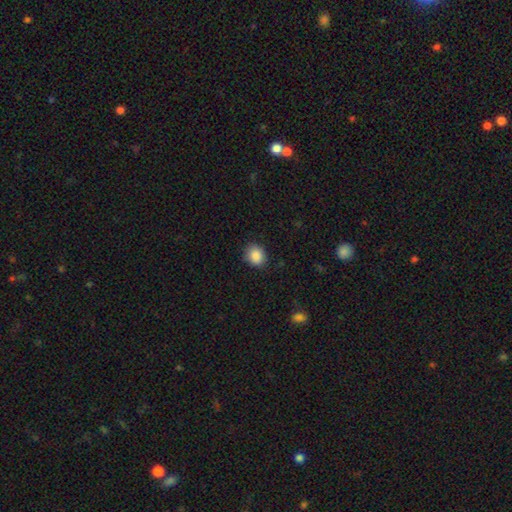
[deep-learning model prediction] smooth_or_featured: smooth (p=0.88) [alt: star or artifact p=0.09]
how_rounded: round (p=0.68) [alt: in between p=0.31]
merging: none (p=0.83) [alt: minor disturbance p=0.13]